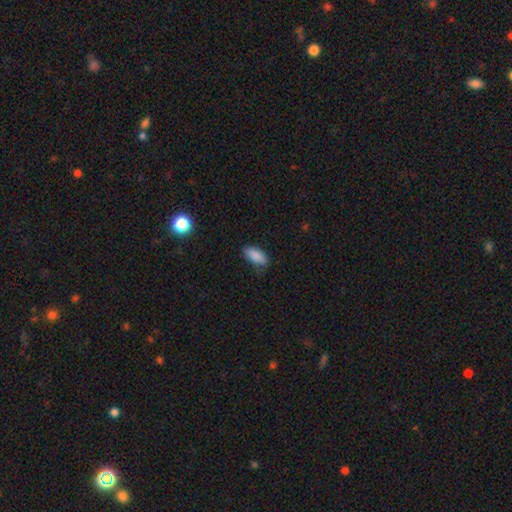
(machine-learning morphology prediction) The model was most divided on "merging": none: 74%, minor disturbance: 20%, major disturbance: 4%, merger: 1%. More confident: smooth or featured — smooth (87%); how rounded — in between (86%).